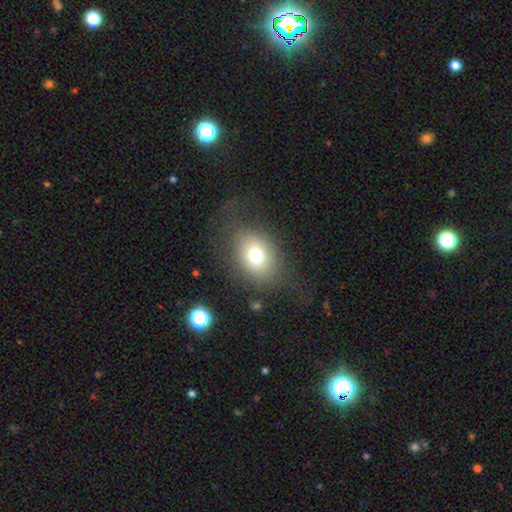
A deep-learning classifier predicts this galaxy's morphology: smooth_or_featured: smooth (p=0.71) [alt: featured or disk p=0.15]
how_rounded: in between (p=0.55) [alt: round p=0.44]
merging: none (p=0.69) [alt: minor disturbance p=0.15]